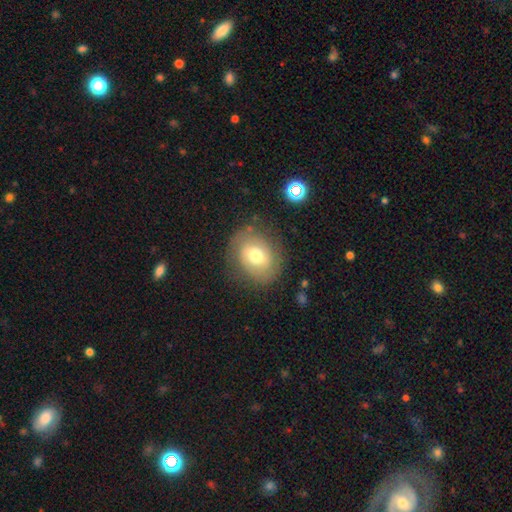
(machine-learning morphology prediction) This appears to be a smooth galaxy with no disk features (51%) that is round (61%). Merging: none (76%).